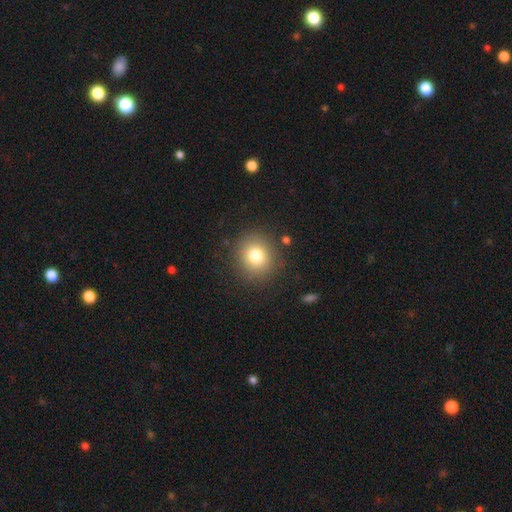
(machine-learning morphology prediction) smooth-or-featured: smooth: 78% | star or artifact: 12% | featured or disk: 9%
  how-rounded: round: 86% | in between: 13% | cigar-shaped: 1%
  merging: none: 87% | minor disturbance: 8% | major disturbance: 3% | merger: 2%